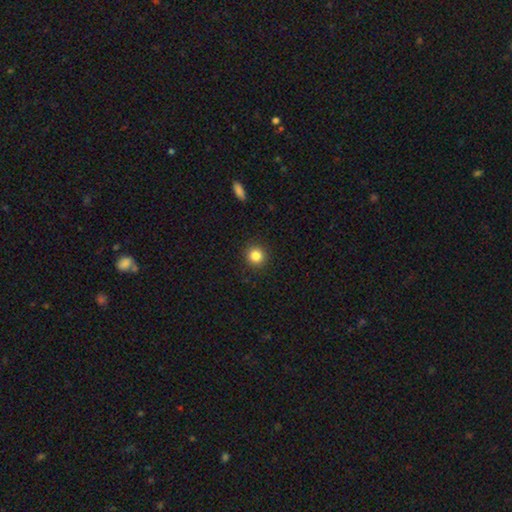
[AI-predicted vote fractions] smooth-or-featured: smooth: 84% | star or artifact: 11% | featured or disk: 5%
  how-rounded: round: 92% | in between: 7% | cigar-shaped: 1%
  merging: none: 92% | minor disturbance: 5% | major disturbance: 2% | merger: 1%